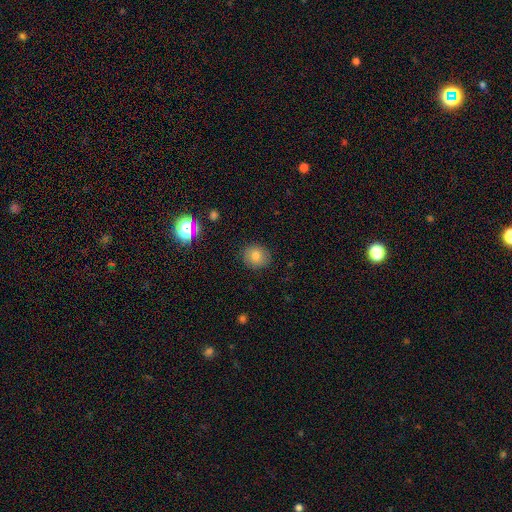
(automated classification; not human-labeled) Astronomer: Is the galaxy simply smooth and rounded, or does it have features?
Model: smooth — 79%.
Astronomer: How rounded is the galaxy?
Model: round — 76%.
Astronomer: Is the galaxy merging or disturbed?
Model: none — 88%.